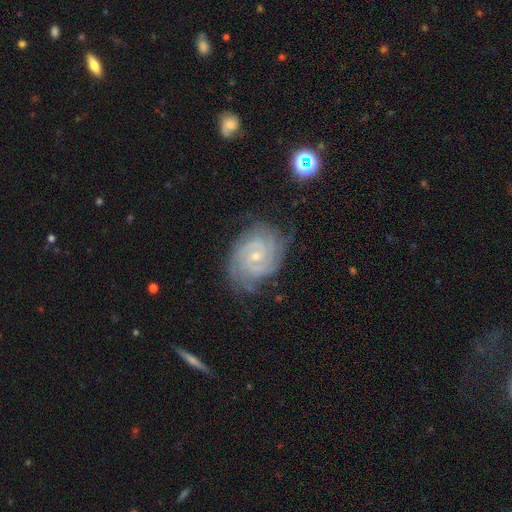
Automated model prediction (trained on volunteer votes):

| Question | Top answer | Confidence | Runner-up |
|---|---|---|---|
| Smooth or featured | featured or disk | 87% | star or artifact (7%) |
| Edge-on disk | no | 97% | yes (3%) |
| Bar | no | 64% | weak (29%) |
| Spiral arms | yes | 98% | no (2%) |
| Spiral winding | tight | 75% | medium (22%) |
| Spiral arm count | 3 | 24% | 2 (23%) |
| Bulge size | small | 74% | moderate (23%) |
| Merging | none | 75% | minor disturbance (18%) |